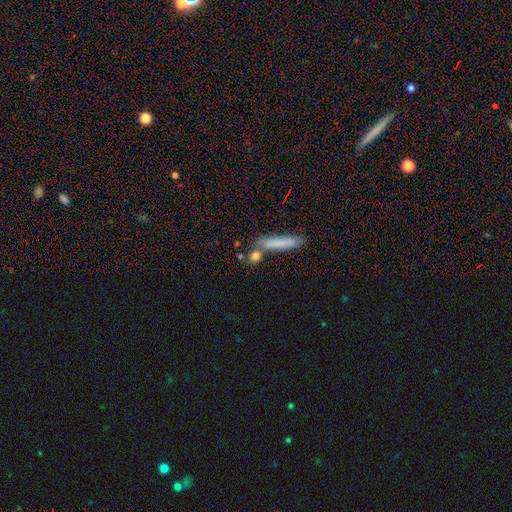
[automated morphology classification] The model was most divided on "how rounded": round: 48%, cigar-shaped: 35%, in between: 18%. More confident: smooth or featured — smooth (77%); merging — none (71%).